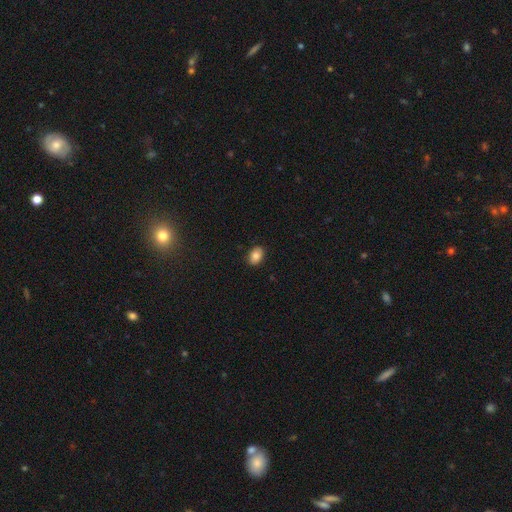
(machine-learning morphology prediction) Overall: smooth (85%). How rounded: in between (78%). Merging: none (89%).